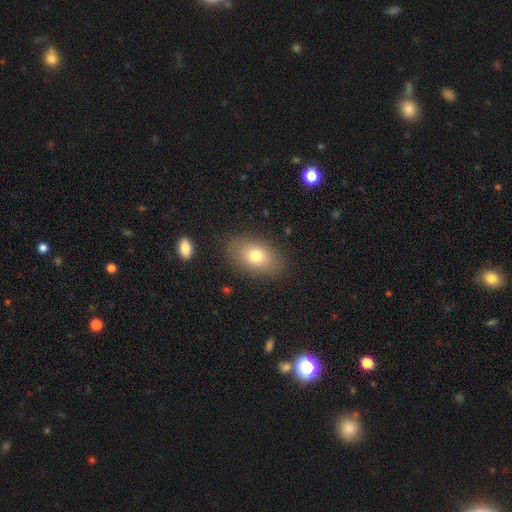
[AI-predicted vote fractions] A smooth galaxy with no disk features (76%) that is in between round and cigar-shaped (85%). Merging: none (84%).